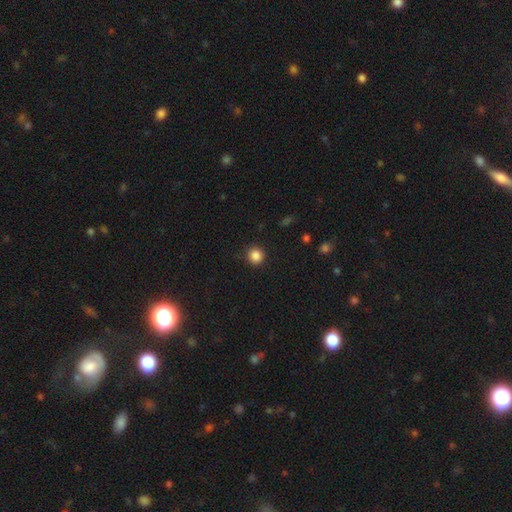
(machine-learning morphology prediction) The model was most divided on "smooth or featured": smooth: 86%, star or artifact: 11%, featured or disk: 3%. More confident: how rounded — round (93%); merging — none (90%).